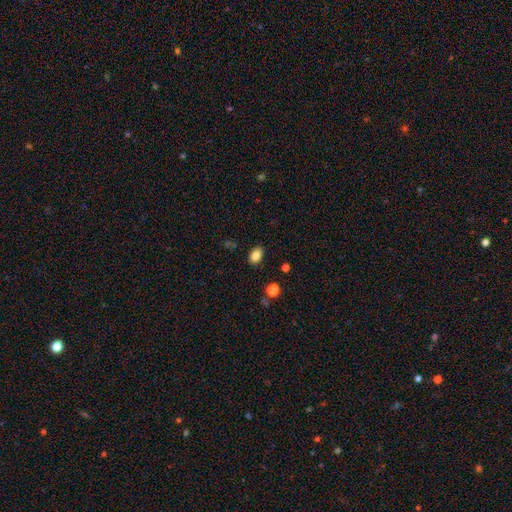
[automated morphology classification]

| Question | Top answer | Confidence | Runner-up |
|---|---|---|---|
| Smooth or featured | smooth | 84% | star or artifact (10%) |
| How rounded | in between | 78% | round (21%) |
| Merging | none | 86% | minor disturbance (10%) |